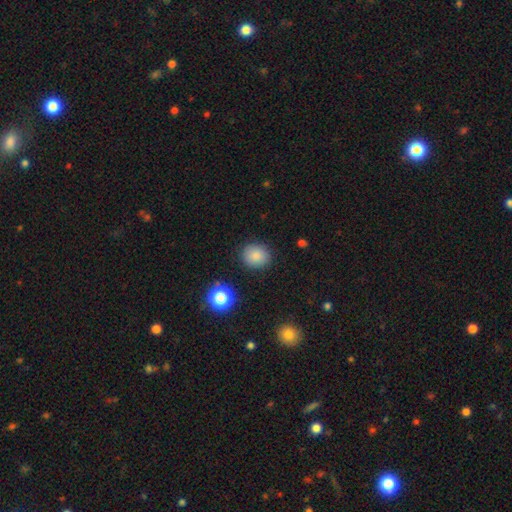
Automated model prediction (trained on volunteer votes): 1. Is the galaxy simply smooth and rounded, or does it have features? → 84% smooth, 10% star or artifact, 5% featured or disk.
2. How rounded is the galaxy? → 80% round, 19% in between, 1% cigar-shaped.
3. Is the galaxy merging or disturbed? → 87% none, 9% minor disturbance, 3% major disturbance, 2% merger.